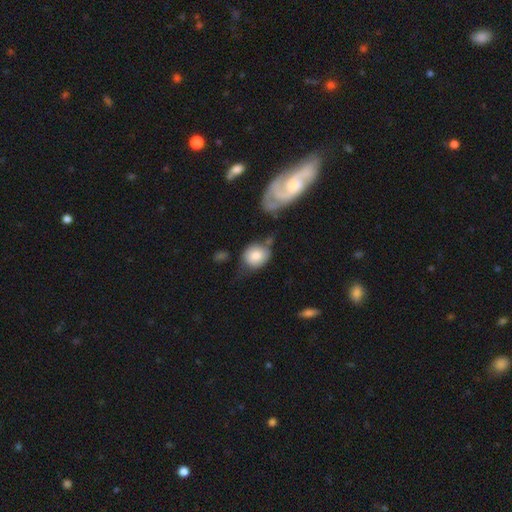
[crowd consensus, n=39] smooth 85%, featured or disk 8%, star or artifact 8%. Down the decision tree: how rounded — round (73%); merging — minor disturbance (36%).